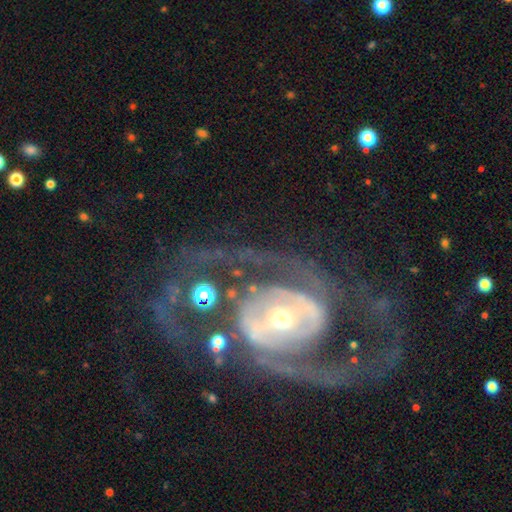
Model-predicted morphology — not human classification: This is clearly a featured or disk galaxy (88%). It is clearly not viewed edge-on (96%). Bar: marginally no (35%). Spiral arm pattern: clearly yes (92%). Spiral arm count: clearly 2 (84%). Spiral winding: possibly medium (49%). Central bulge: possibly moderate (48%). Merging: possibly none (59%).